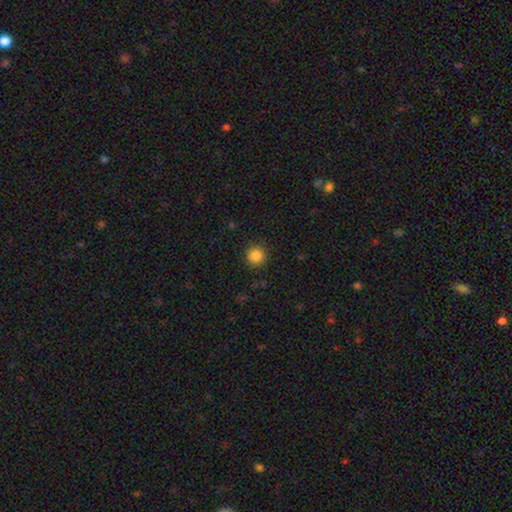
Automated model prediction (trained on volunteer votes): smooth 86%, star or artifact 10%, featured or disk 4%. Down the decision tree: how rounded — round (94%); merging — none (90%).